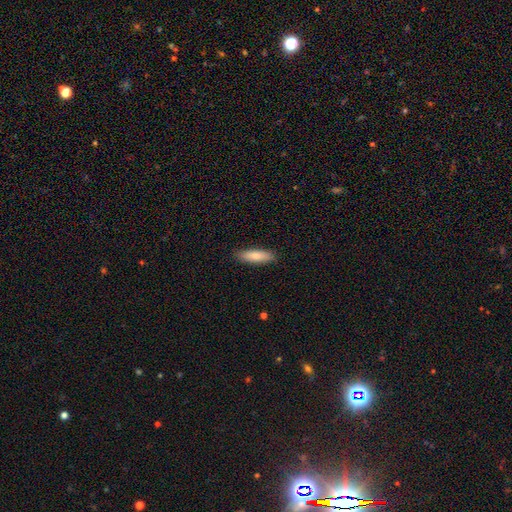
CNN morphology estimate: smooth 81%, featured or disk 13%, star or artifact 6%. Down the decision tree: how rounded — cigar-shaped (59%); merging — none (89%).